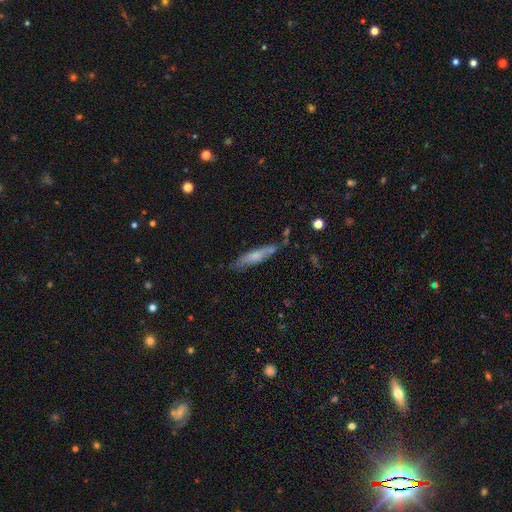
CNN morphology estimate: Smooth or featured? smooth (58%)
How rounded? cigar-shaped (86%)
Merging? none (64%)